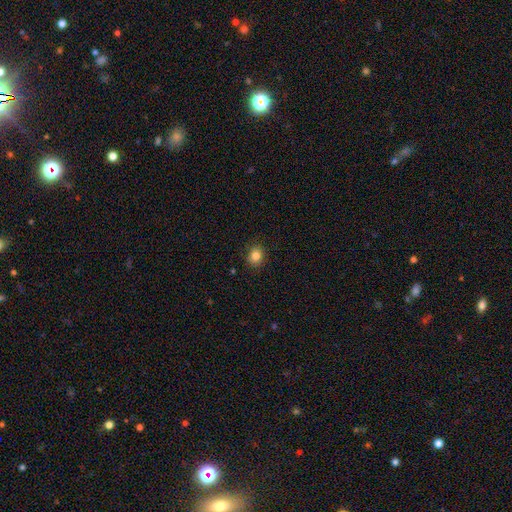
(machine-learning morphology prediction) A smooth galaxy with no disk features (84%) that is round (65%). Merging: none (87%).